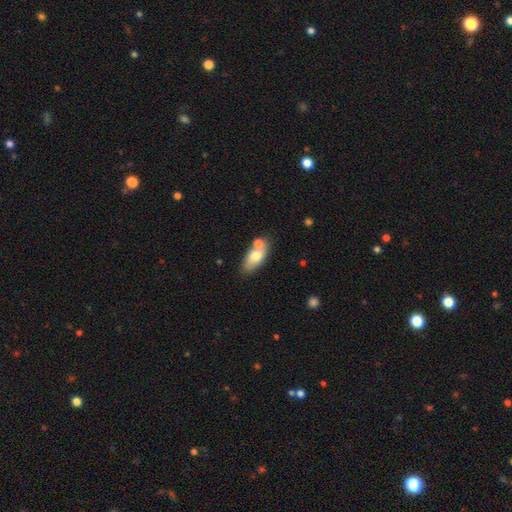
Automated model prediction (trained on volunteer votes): Smooth or featured: smooth — 70% (featured or disk — 23%)
How rounded: in between — 86% (cigar-shaped — 9%)
Merging: none — 56% (merger — 26%)